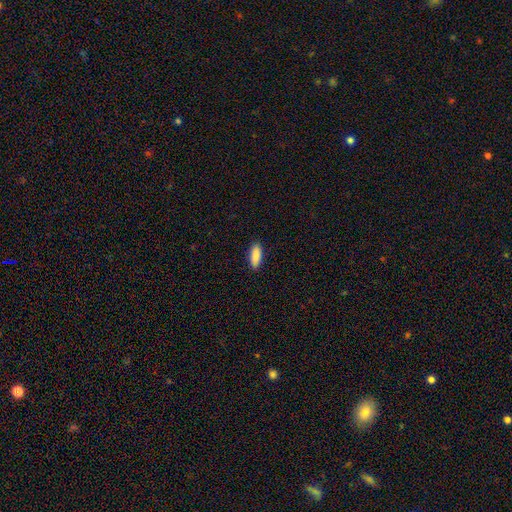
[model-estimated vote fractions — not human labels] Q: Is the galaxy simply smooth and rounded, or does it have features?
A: smooth — 89%.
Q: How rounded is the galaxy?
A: in between — 66%.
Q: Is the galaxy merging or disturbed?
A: none — 90%.